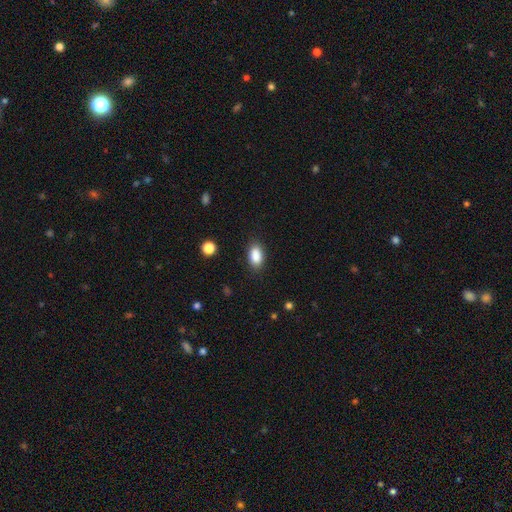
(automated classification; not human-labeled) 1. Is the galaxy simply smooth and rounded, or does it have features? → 88% smooth, 8% star or artifact, 4% featured or disk.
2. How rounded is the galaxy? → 91% in between, 6% round, 3% cigar-shaped.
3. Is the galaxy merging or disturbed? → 85% none, 11% minor disturbance, 3% major disturbance, 1% merger.